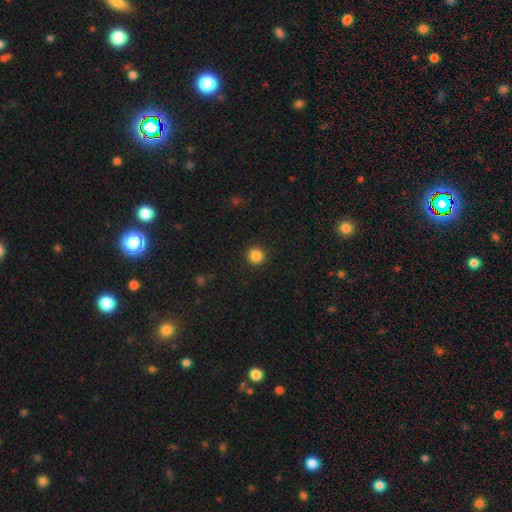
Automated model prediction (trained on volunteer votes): Smooth or featured?
  - smooth: 86% *
  - star or artifact: 11%
  - featured or disk: 3%
How rounded?
  - round: 95% *
  - in between: 4%
  - cigar-shaped: 1%
Merging?
  - none: 92% *
  - minor disturbance: 5%
  - major disturbance: 2%
  - merger: 1%